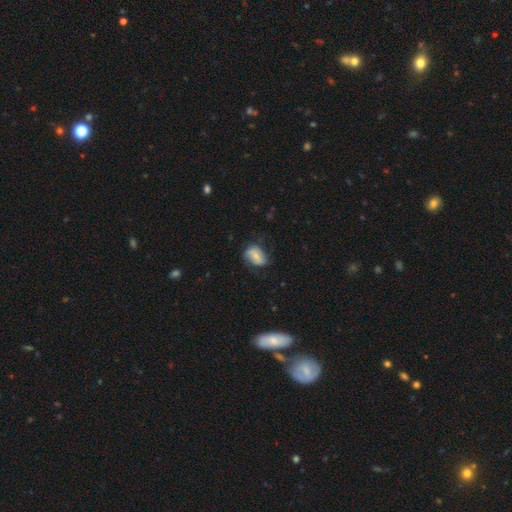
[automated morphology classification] Q: Smooth or featured?
A: smooth (56%); runner-up: featured or disk (36%)
Q: How rounded?
A: in between (76%); runner-up: round (23%)
Q: Merging?
A: none (54%); runner-up: minor disturbance (31%)